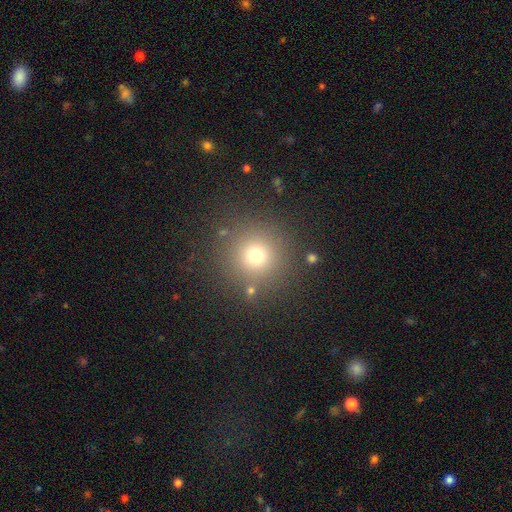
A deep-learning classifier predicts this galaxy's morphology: Smooth or featured? Predicted: smooth (p=0.72). How rounded? Predicted: round (p=0.95). Merging? Predicted: none (p=0.85).